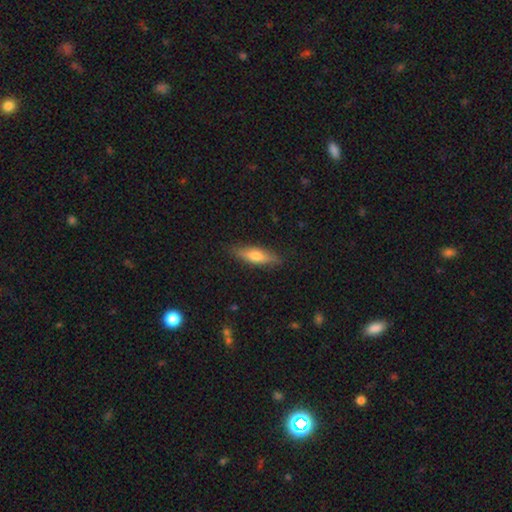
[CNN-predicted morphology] Smooth or featured?
  - smooth: 59% *
  - featured or disk: 35%
  - star or artifact: 6%
How rounded?
  - cigar-shaped: 63% *
  - in between: 35%
  - round: 2%
Merging?
  - none: 86% *
  - minor disturbance: 11%
  - major disturbance: 2%
  - merger: 1%